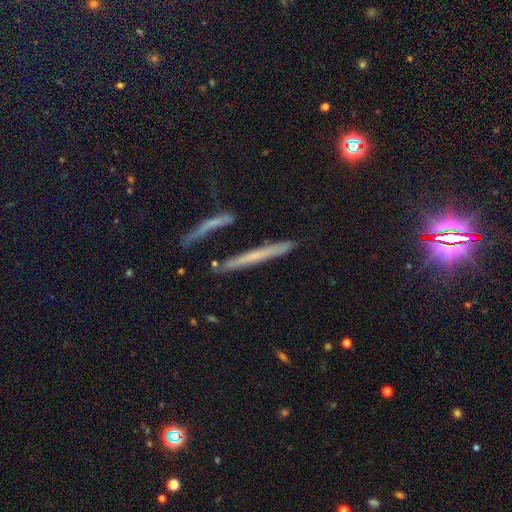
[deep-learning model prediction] The model was most divided on "smooth or featured": featured or disk: 47%, smooth: 40%, star or artifact: 14%. More confident: merging — none (76%).